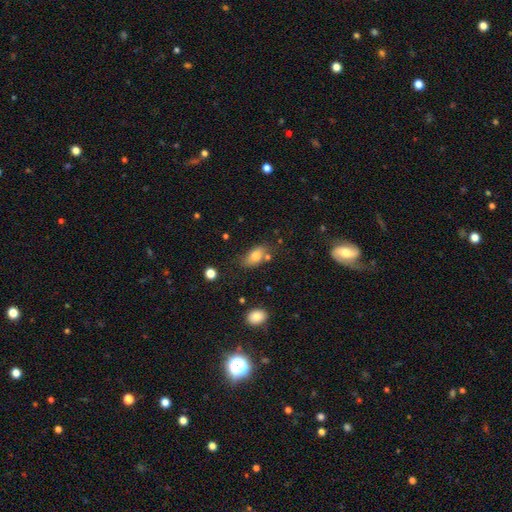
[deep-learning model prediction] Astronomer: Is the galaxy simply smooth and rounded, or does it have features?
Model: smooth — 78%.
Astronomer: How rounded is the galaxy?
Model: in between — 88%.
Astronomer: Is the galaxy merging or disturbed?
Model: none — 68%.